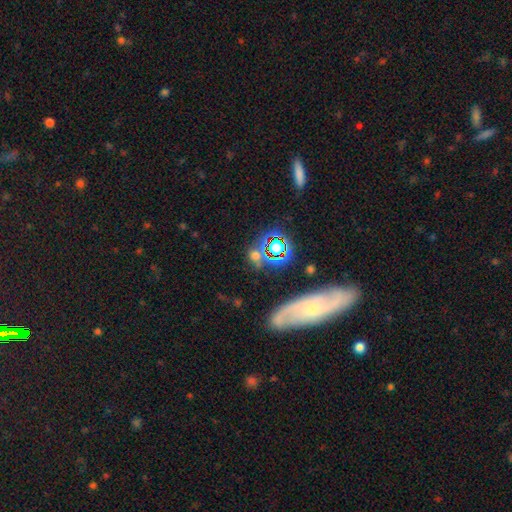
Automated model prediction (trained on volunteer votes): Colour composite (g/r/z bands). It shows a smooth galaxy with no disk features (48%). Merging: none (69%).